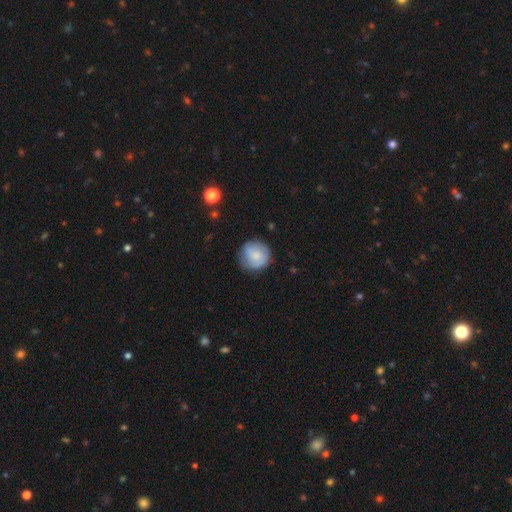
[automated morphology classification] Smooth or featured? smooth (75%)
How rounded? round (91%)
Merging? none (74%)